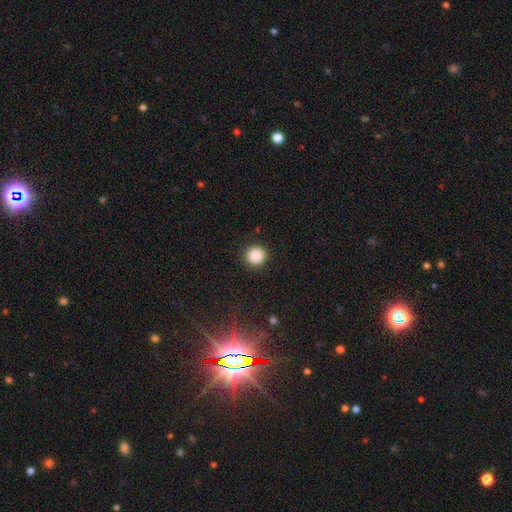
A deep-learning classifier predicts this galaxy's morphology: Smooth or featured? Predicted: smooth (p=0.87). How rounded? Predicted: round (p=0.95). Merging? Predicted: none (p=0.91).